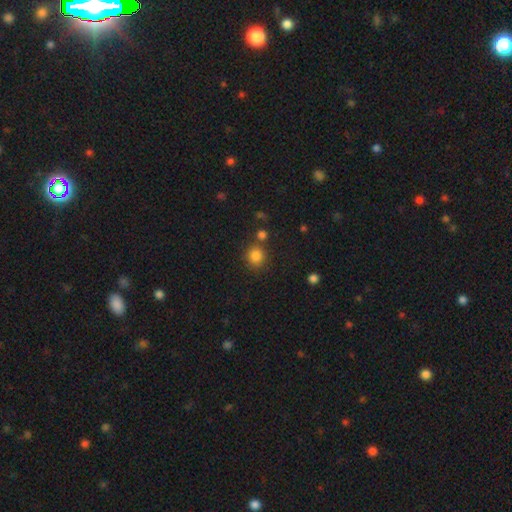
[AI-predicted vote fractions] smooth_or_featured: smooth (p=0.83) [alt: star or artifact p=0.12]
how_rounded: round (p=0.87) [alt: in between p=0.12]
merging: none (p=0.76) [alt: merger p=0.11]